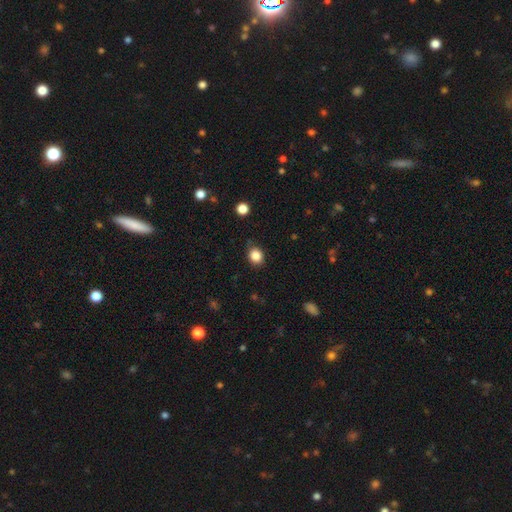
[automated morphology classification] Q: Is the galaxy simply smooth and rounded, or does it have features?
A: smooth — 85%.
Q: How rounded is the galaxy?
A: round — 63%.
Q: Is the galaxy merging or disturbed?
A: none — 82%.